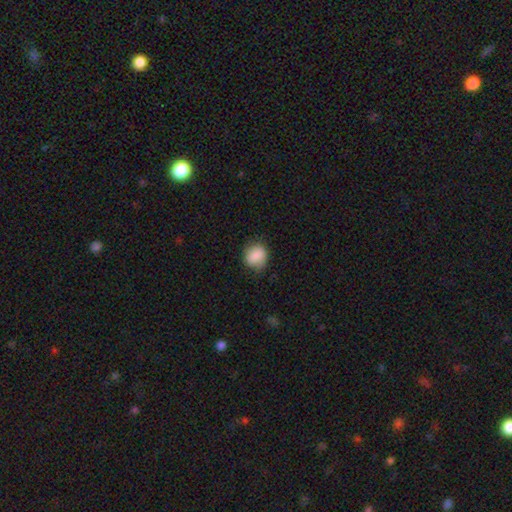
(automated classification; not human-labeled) smooth-or-featured: smooth: 84% | featured or disk: 9% | star or artifact: 8%
  how-rounded: round: 72% | in between: 27% | cigar-shaped: 1%
  merging: none: 72% | minor disturbance: 22% | major disturbance: 5% | merger: 1%